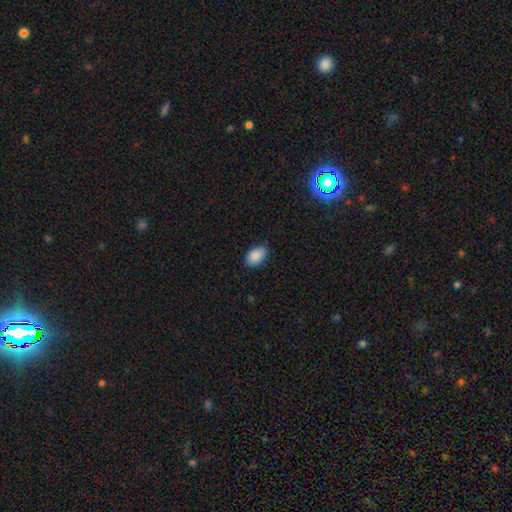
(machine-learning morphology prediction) smooth_or_featured: smooth (p=0.88) [alt: star or artifact p=0.07]
how_rounded: in between (p=0.92) [alt: round p=0.07]
merging: none (p=0.84) [alt: minor disturbance p=0.13]